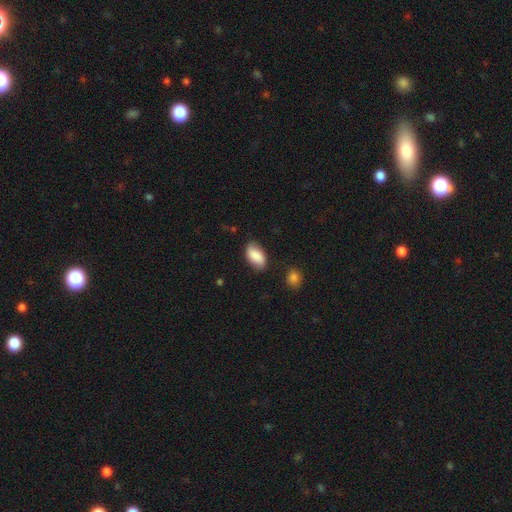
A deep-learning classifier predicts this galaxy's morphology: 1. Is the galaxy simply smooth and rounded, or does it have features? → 82% smooth, 11% featured or disk, 7% star or artifact.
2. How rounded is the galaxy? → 93% in between, 5% round, 2% cigar-shaped.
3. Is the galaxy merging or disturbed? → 78% none, 16% minor disturbance, 4% major disturbance, 2% merger.